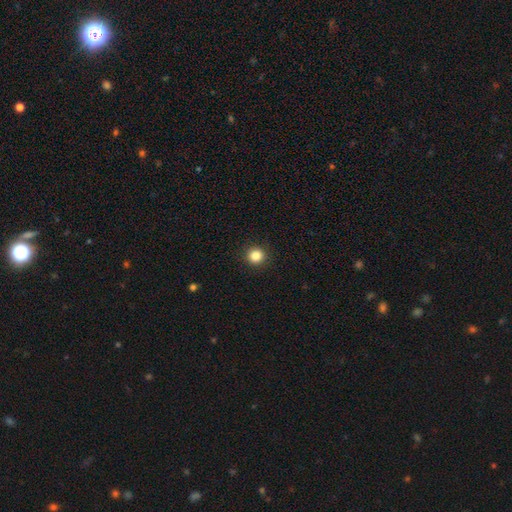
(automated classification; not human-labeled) smooth-or-featured: smooth: 85% | star or artifact: 11% | featured or disk: 4%
  how-rounded: round: 93% | in between: 6% | cigar-shaped: 1%
  merging: none: 93% | minor disturbance: 5% | major disturbance: 2% | merger: 1%